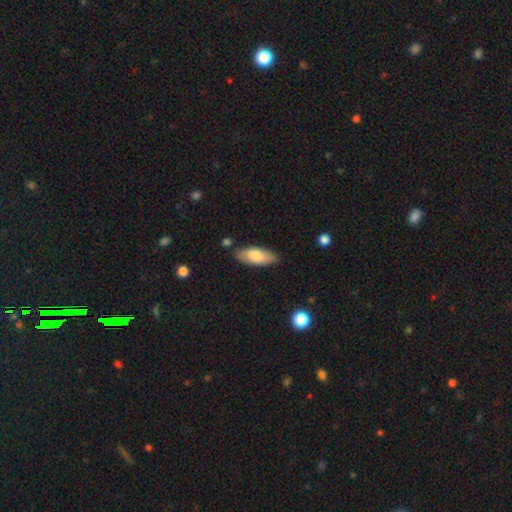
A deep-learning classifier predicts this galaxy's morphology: A smooth galaxy with no disk features (80%) that is in between round and cigar-shaped (78%). Merging: none (81%).